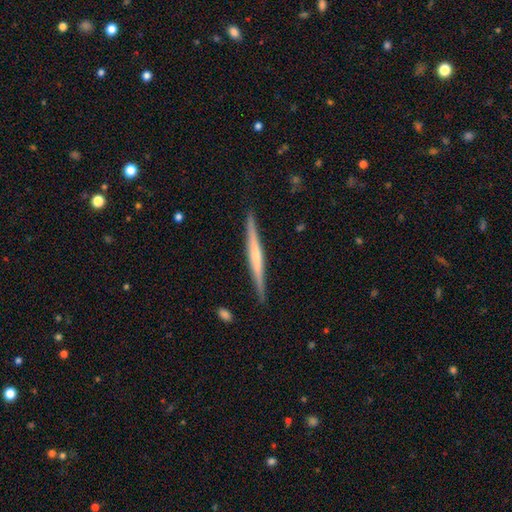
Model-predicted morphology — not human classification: smooth-or-featured: featured or disk: 61% | smooth: 34% | star or artifact: 5%
  disk-edge-on: yes: 98% | no: 2%
    edge-on-bulge: none: 60% | rounded: 25% | boxy: 14%
  merging: none: 90% | minor disturbance: 8% | major disturbance: 1% | merger: 1%